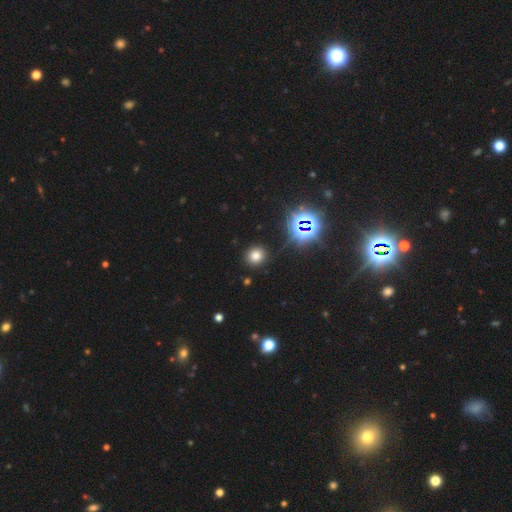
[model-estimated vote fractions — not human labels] Morphology: type=smooth (72%); roundness=round (83%); merging=none (88%).